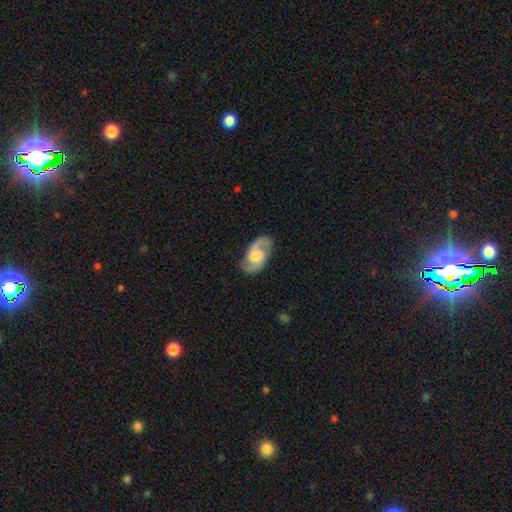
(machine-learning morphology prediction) type=featured or disk (81%); edge-on=no (96%); bar=no (46%); spiral arms=yes (95%); winding=medium (53%); arm count=2 (91%); bulge=moderate (52%); merging=none (82%).